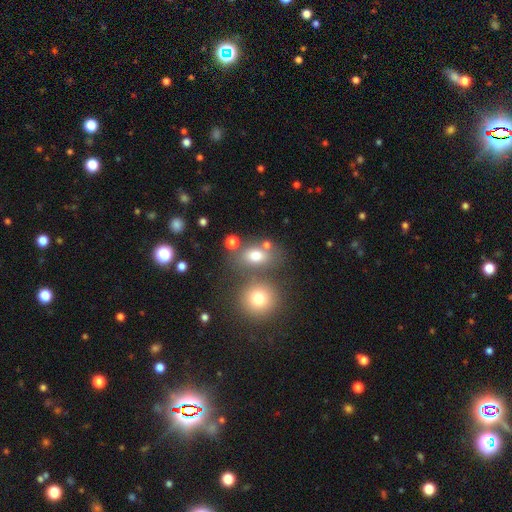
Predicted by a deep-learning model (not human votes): A smooth galaxy with no disk features (73%) that is in between round and cigar-shaped (66%). Merging: none (59%).